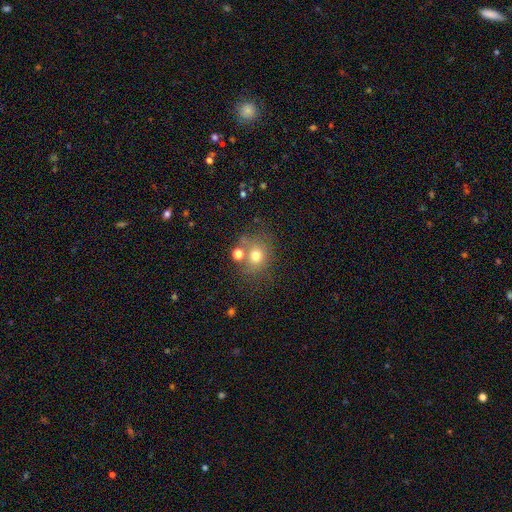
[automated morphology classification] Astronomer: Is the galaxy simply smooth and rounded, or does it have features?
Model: smooth — 71%.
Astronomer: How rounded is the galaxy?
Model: round — 72%.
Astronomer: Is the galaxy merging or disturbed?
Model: none — 63%.